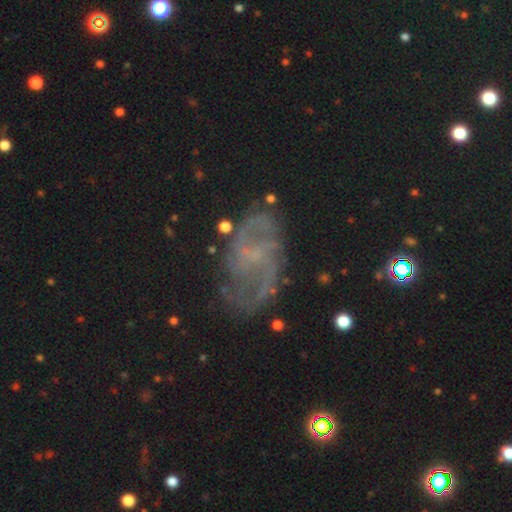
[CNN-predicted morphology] featured or disk 72%, smooth 15%, star or artifact 13%. Down the decision tree: edge-on disk — no (97%); bar — no (53%); spiral arms — yes (83%); spiral arm count — 2 (57%); spiral winding — medium (42%); bulge size — none (49%); merging — none (66%).